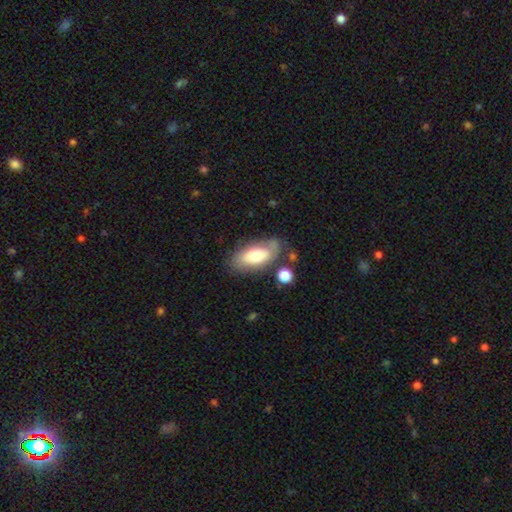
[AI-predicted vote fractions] Smooth or featured?
  - smooth: 67% *
  - featured or disk: 26%
  - star or artifact: 7%
How rounded?
  - in between: 88% *
  - cigar-shaped: 8%
  - round: 3%
Merging?
  - none: 64% *
  - minor disturbance: 21%
  - merger: 8%
  - major disturbance: 7%